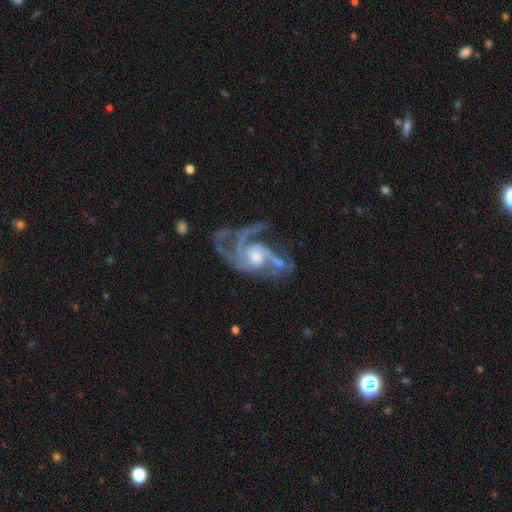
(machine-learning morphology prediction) Smooth or featured? Predicted: featured or disk (p=0.89). Edge-on disk? Predicted: no (p=0.97). Bar? Predicted: no (p=0.57). Spiral arms? Predicted: yes (p=0.96). Spiral winding? Predicted: medium (p=0.52). Spiral arm count? Predicted: 3 (p=0.38). Bulge size? Predicted: moderate (p=0.54). Merging? Predicted: none (p=0.44).